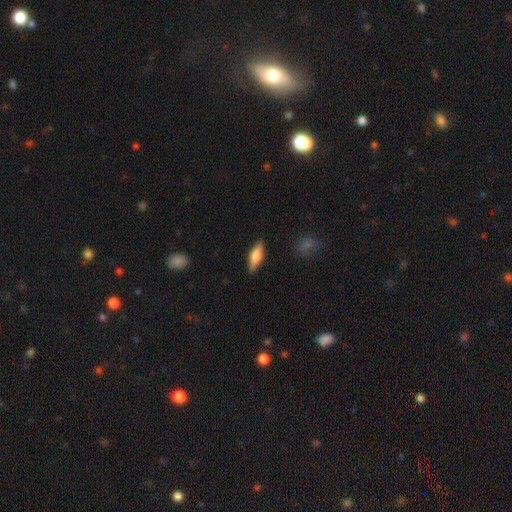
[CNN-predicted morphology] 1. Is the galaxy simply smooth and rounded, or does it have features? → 52% smooth, 42% featured or disk, 6% star or artifact.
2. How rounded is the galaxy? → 53% in between, 44% cigar-shaped, 3% round.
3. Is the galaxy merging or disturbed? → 87% none, 10% minor disturbance, 2% major disturbance, 1% merger.